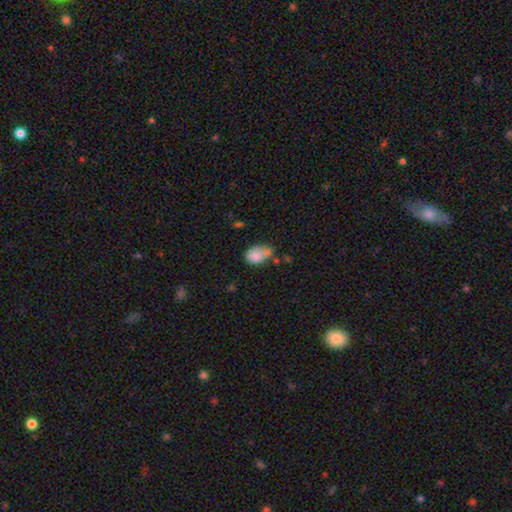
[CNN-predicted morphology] smooth 79%, featured or disk 12%, star or artifact 9%. Down the decision tree: how rounded — in between (78%); merging — none (36%).